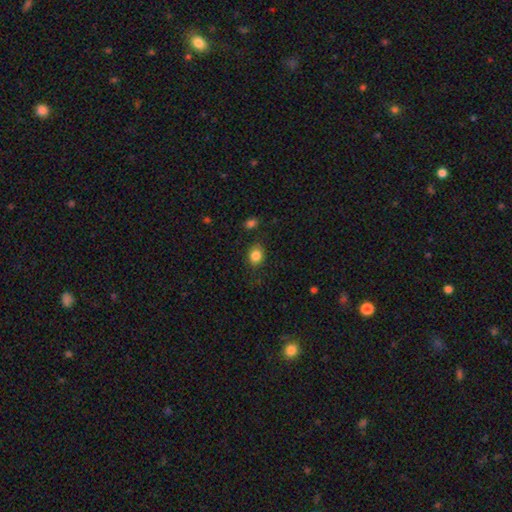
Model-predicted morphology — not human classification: This appears to be a smooth galaxy with no disk features (84%) that is round (59%). Merging: none (82%).